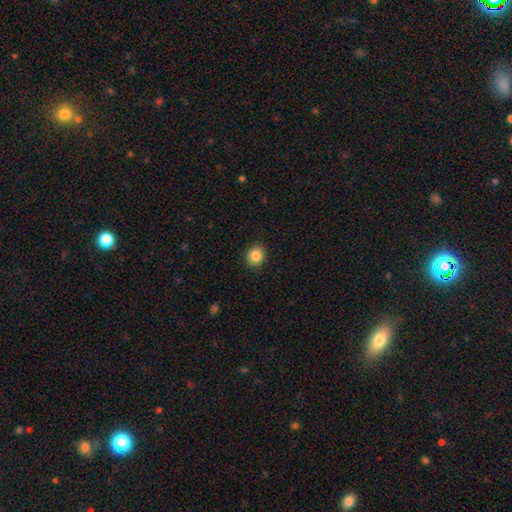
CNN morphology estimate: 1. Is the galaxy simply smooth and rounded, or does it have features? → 86% smooth, 10% star or artifact, 5% featured or disk.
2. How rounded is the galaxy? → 81% round, 18% in between, 1% cigar-shaped.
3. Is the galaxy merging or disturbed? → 91% none, 6% minor disturbance, 2% major disturbance, 1% merger.